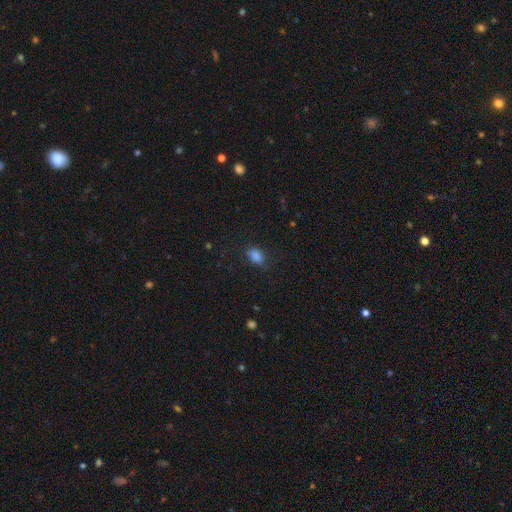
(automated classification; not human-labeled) Overall: smooth (83%). How rounded: in between (79%). Merging: none (70%).